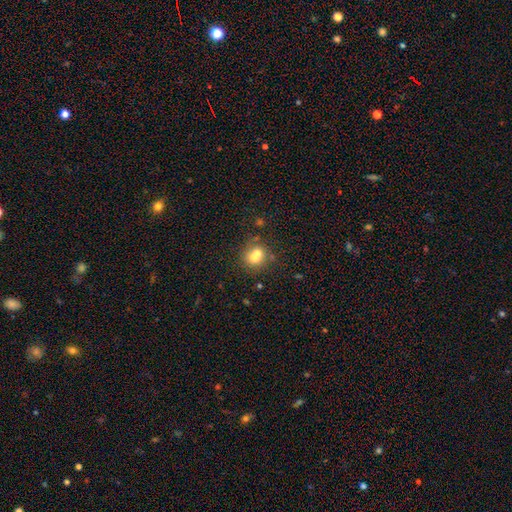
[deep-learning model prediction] smooth 68%, featured or disk 20%, star or artifact 12%. Down the decision tree: how rounded — round (79%); merging — merger (48%).